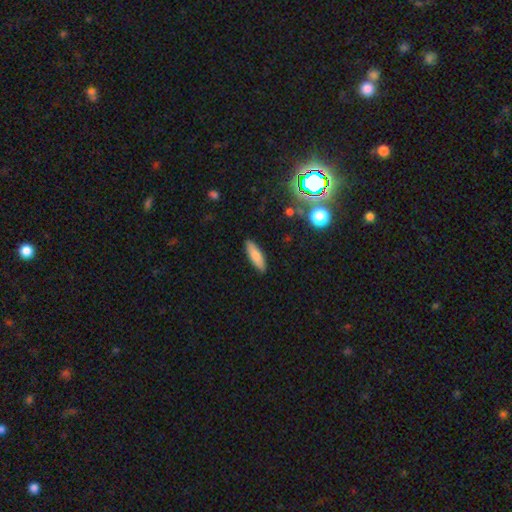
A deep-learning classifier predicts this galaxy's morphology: A smooth galaxy with no disk features (78%) that is cigar-shaped (53%).

Vote fractions:
- Smooth or featured? smooth: 78% / featured or disk: 14% / star or artifact: 7%
- How rounded? cigar-shaped: 53% / in between: 45% / round: 2%
- Merging? none: 89% / minor disturbance: 8% / major disturbance: 2% / merger: 1%